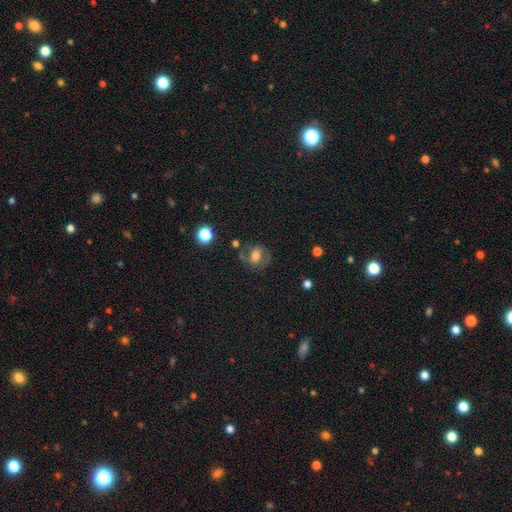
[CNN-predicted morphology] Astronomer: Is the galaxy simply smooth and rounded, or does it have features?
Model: featured or disk — 45% (runner-up: smooth, 44%).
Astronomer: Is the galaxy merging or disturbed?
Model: none — 60%.